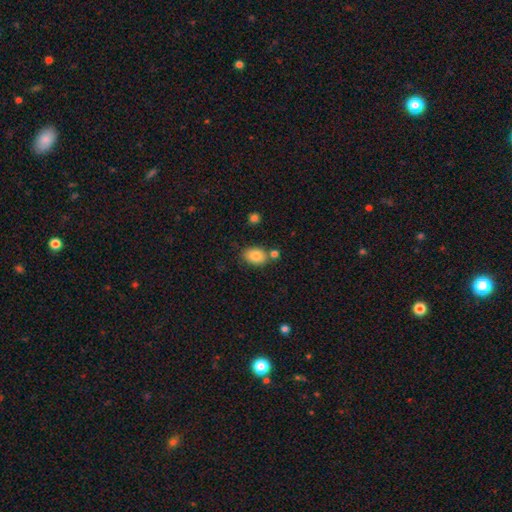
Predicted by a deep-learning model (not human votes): smooth_or_featured: smooth (p=0.84) [alt: star or artifact p=0.08]
how_rounded: in between (p=0.79) [alt: round p=0.20]
merging: none (p=0.71) [alt: minor disturbance p=0.14]